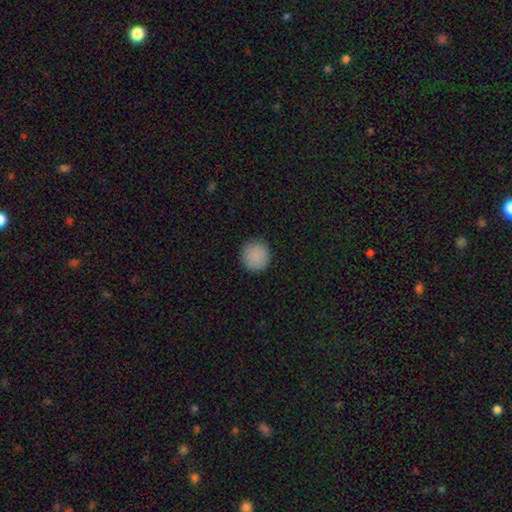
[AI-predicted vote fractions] smooth-or-featured: smooth: 88% | star or artifact: 8% | featured or disk: 4%
  how-rounded: round: 93% | in between: 6% | cigar-shaped: 1%
  merging: none: 90% | minor disturbance: 7% | major disturbance: 2% | merger: 1%